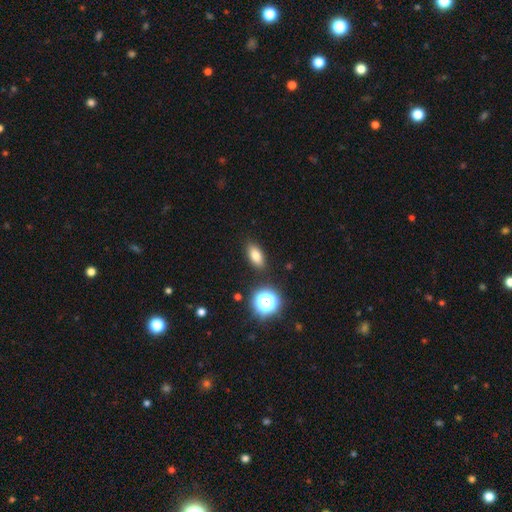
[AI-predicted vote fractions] This appears to be a smooth galaxy with no disk features (78%) that is in between round and cigar-shaped (83%). Merging: none (86%).